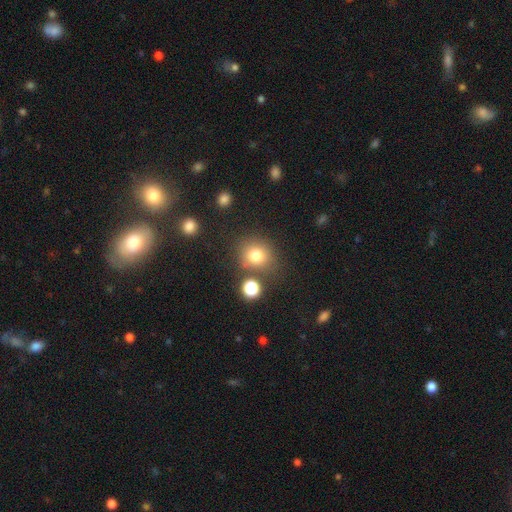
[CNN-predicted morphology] smooth-or-featured: smooth: 78% | star or artifact: 14% | featured or disk: 8%
  how-rounded: round: 81% | in between: 18% | cigar-shaped: 1%
  merging: none: 74% | minor disturbance: 12% | merger: 10% | major disturbance: 5%